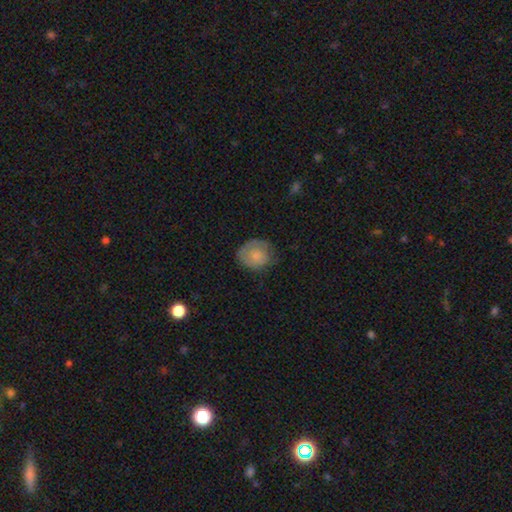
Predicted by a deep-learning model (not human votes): Overall: smooth (73%). How rounded: round (74%). Merging: none (62%; minor disturbance 27%).